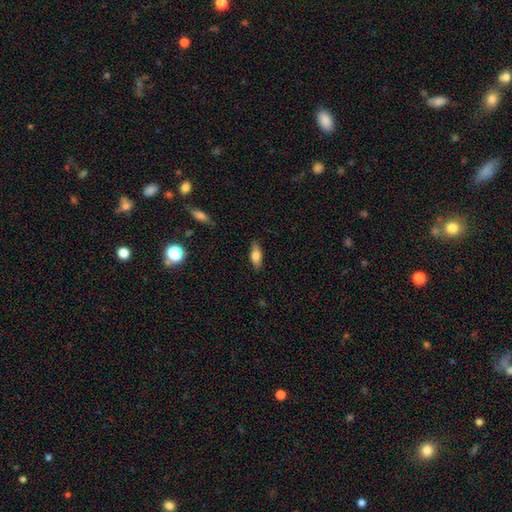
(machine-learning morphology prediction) Smooth or featured? Predicted: smooth (p=0.77). How rounded? Predicted: in between (p=0.78). Merging? Predicted: none (p=0.83).